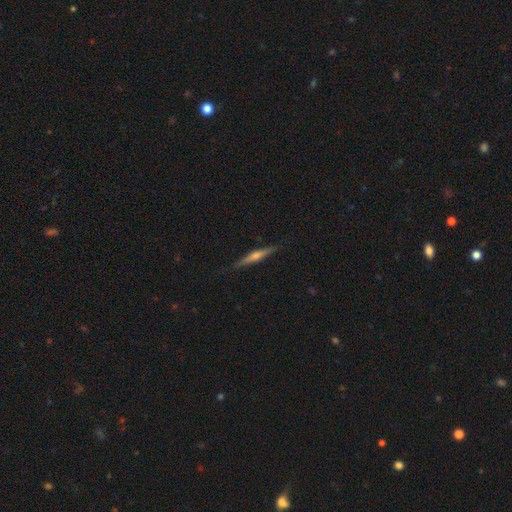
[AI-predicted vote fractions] Smooth or featured: featured or disk — 72% (smooth — 21%)
Edge-on disk: yes — 98% (no — 2%)
Edge-on bulge: rounded — 81% (none — 10%)
Merging: none — 89% (minor disturbance — 8%)